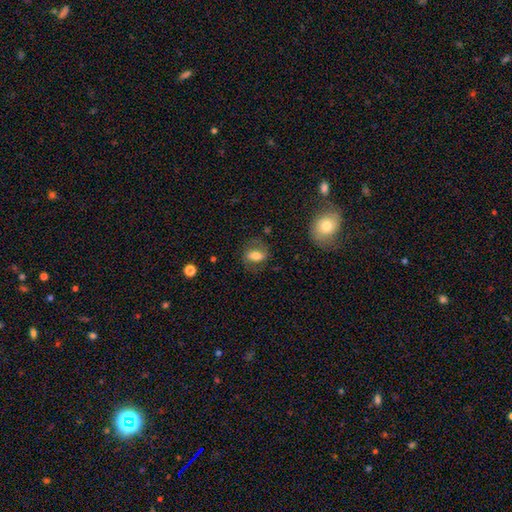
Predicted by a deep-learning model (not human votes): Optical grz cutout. It shows a smooth galaxy with no disk features (59%) that is in between round and cigar-shaped (71%). Merging: none (69%).